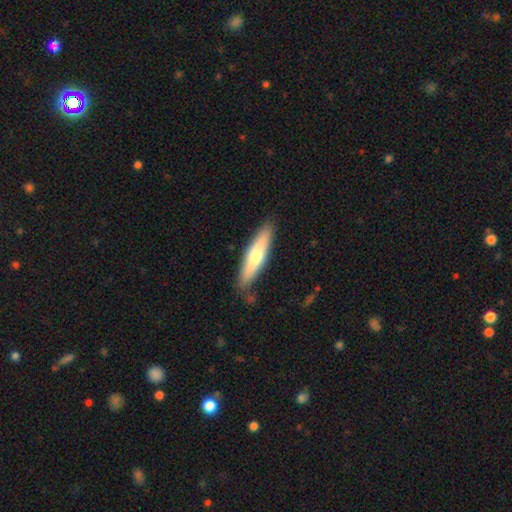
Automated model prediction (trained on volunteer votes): A smooth galaxy with no disk features (61%) that is cigar-shaped (77%). Merging: none (83%).